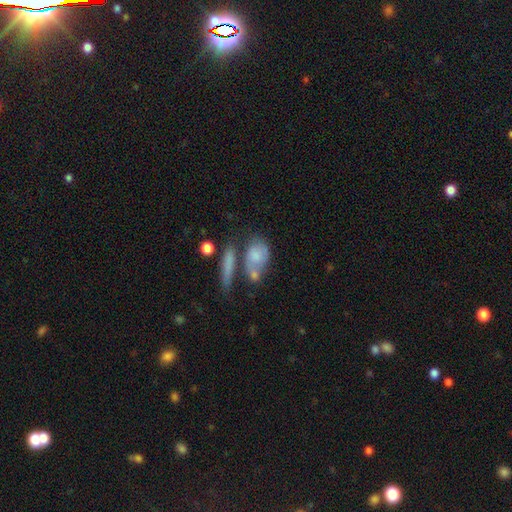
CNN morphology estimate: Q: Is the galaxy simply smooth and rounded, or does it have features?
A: smooth — 65%.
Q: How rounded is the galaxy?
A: in between — 68%.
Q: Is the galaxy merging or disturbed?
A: merger — 35%, tied with none.